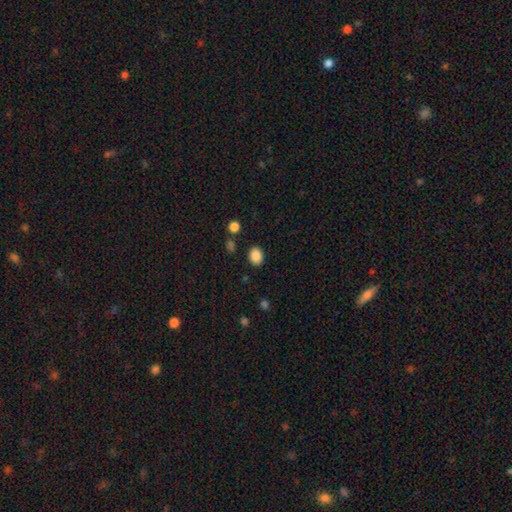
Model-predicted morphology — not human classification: Smooth or featured? Predicted: smooth (p=0.87). How rounded? Predicted: in between (p=0.57). Merging? Predicted: none (p=0.87).